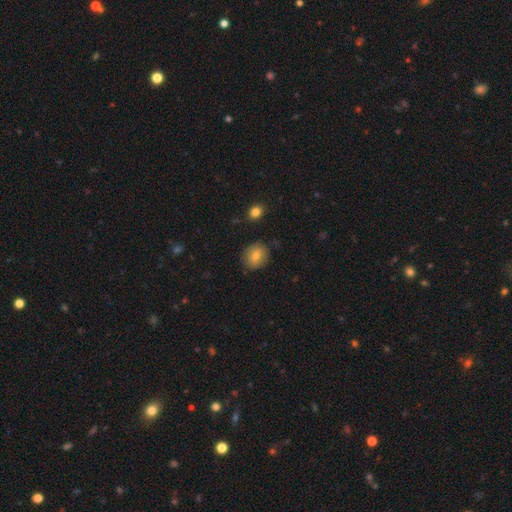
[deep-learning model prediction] Overall: smooth (77%). How rounded: round (74%). Merging: none (86%).